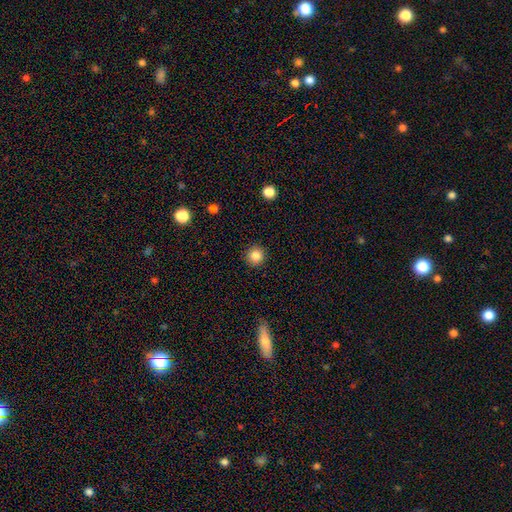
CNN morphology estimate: This appears to be a smooth galaxy with no disk features (85%) that is round (95%). Merging: none (92%).